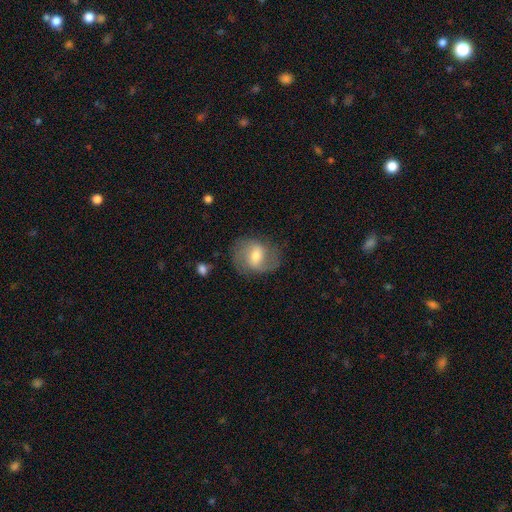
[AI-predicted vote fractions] Overall: featured or disk (63%; smooth 29%). Edge-on disk: no (96%). Bar: weak (53%; strong 25%). Spiral arms: yes (85%). Spiral arm count: 2 (81%). Spiral winding: medium (46%; loose 35%). Bulge size: moderate (59%; small 31%). Merging: none (72%).